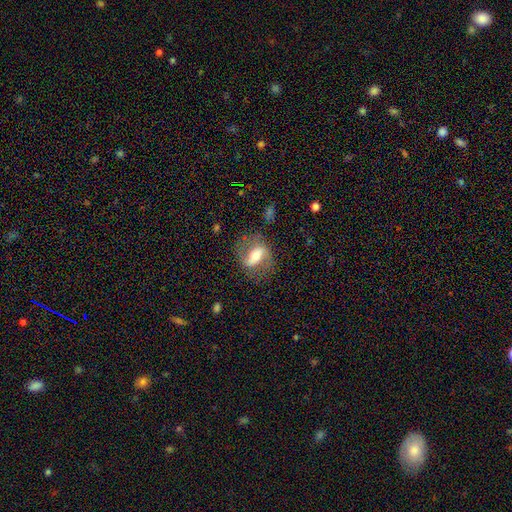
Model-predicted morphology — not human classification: Smooth or featured: featured or disk — 69% (smooth — 24%)
Edge-on disk: no — 91% (yes — 9%)
Bar: strong — 51% (weak — 32%)
Spiral arms: yes — 78% (no — 22%)
Bulge size: moderate — 63% (small — 20%)
Merging: none — 71% (minor disturbance — 17%)